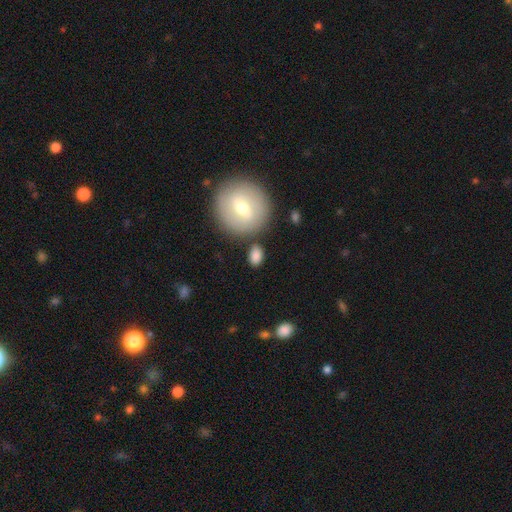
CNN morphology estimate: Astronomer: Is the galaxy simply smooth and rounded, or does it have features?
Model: smooth — 82%.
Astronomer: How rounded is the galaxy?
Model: in between — 69%.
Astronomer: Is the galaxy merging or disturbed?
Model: none — 74%.